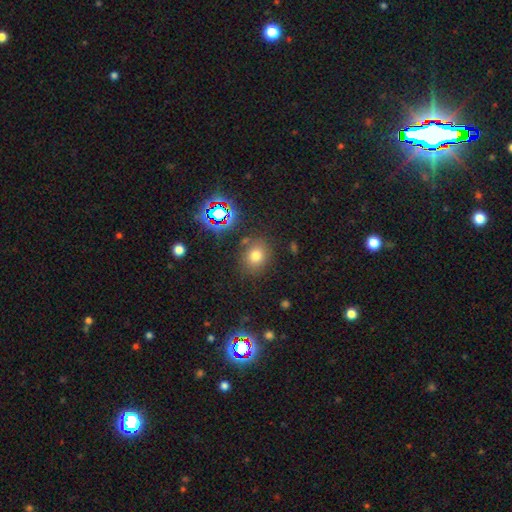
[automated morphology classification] smooth-or-featured: smooth: 70% | star or artifact: 21% | featured or disk: 9%
  how-rounded: round: 71% | in between: 28% | cigar-shaped: 1%
  merging: none: 80% | minor disturbance: 11% | merger: 5% | major disturbance: 4%